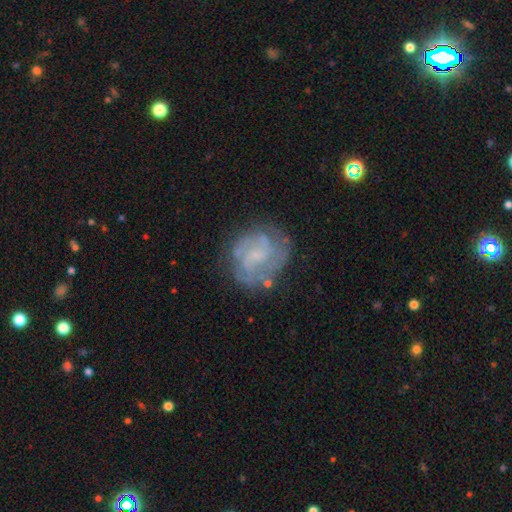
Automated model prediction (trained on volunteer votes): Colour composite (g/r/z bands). It shows a featured or disk galaxy (76%) with no bar (45%, tied with weak), 2 (47%) tight (42%, tied with medium) spiral arms (86%) and a small central bulge (42%). Merging: none (67%).